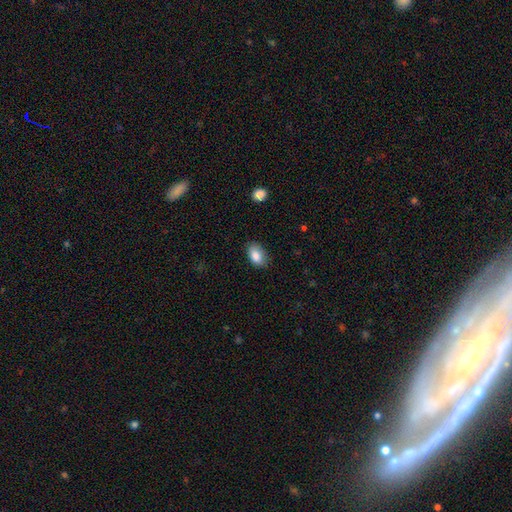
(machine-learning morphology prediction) Overall: smooth (86%). How rounded: in between (89%). Merging: none (81%).